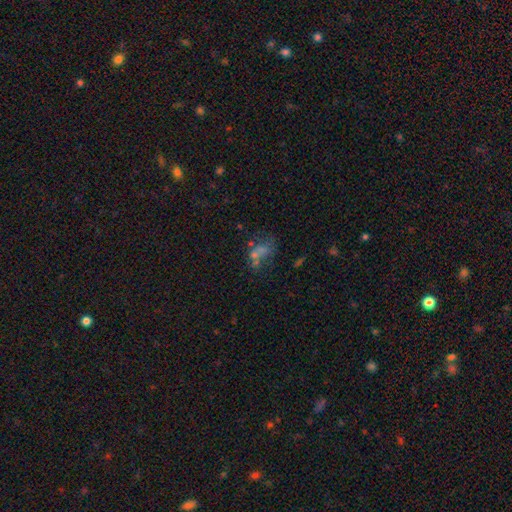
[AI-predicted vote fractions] Smooth or featured? Predicted: smooth (p=0.41). Merging? Predicted: none (p=0.36).